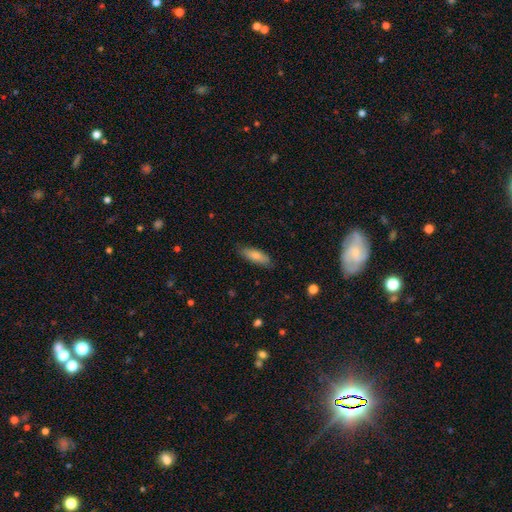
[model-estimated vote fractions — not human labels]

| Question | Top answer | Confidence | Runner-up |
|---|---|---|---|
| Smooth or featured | smooth | 76% | featured or disk (18%) |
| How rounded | in between | 60% | cigar-shaped (38%) |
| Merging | none | 82% | minor disturbance (15%) |